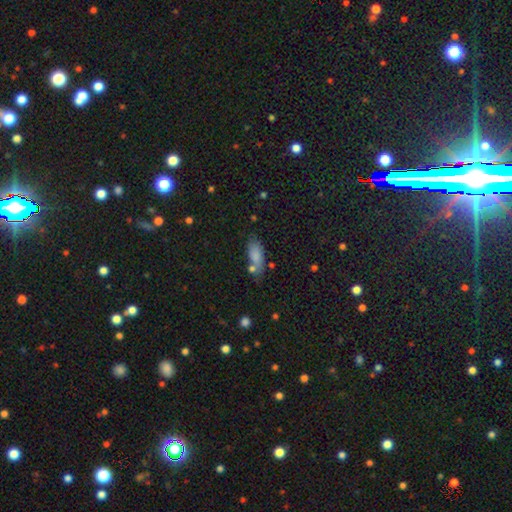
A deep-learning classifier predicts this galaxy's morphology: smooth 82%, featured or disk 9%, star or artifact 9%. Down the decision tree: how rounded — in between (80%); merging — none (58%).